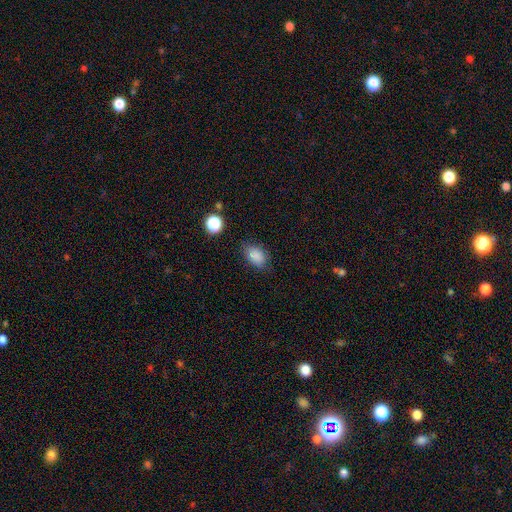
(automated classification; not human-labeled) This is clearly a smooth galaxy (84%). How rounded: clearly in between (82%). Merging: likely none (73%).